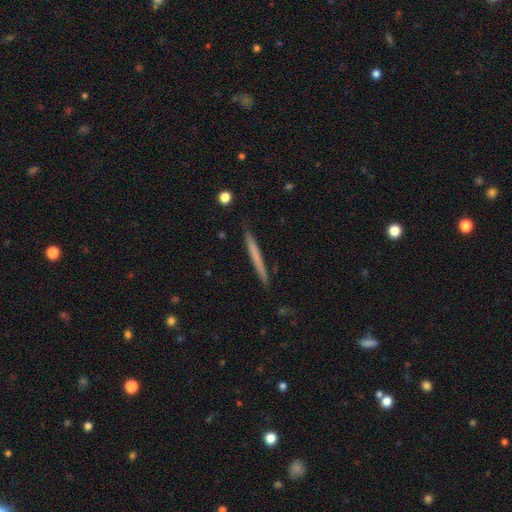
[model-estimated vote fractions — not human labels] Morphology: type=smooth (60%); roundness=cigar-shaped (97%); merging=none (91%).